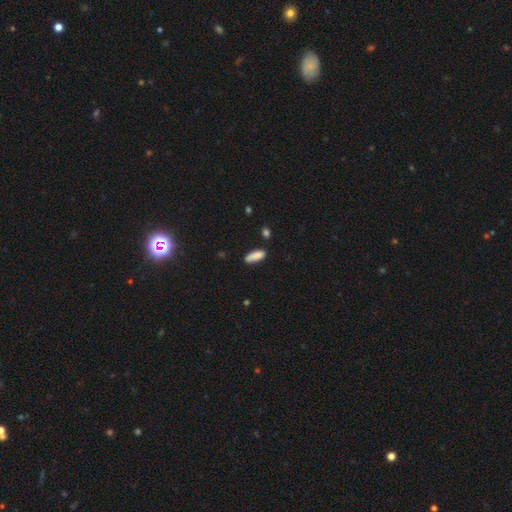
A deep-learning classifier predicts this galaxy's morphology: A smooth galaxy with no disk features (87%) that is in between round and cigar-shaped (60%). Merging: none (73%).